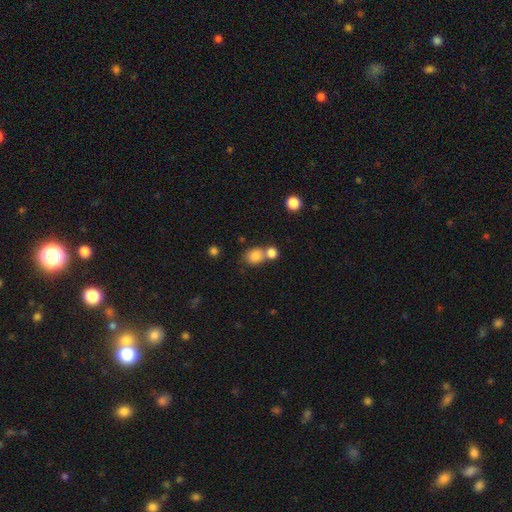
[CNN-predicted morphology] A smooth galaxy with no disk features (82%) that is round (70%).

Vote fractions:
- Smooth or featured? smooth: 82% / star or artifact: 11% / featured or disk: 8%
- How rounded? round: 70% / in between: 29% / cigar-shaped: 1%
- Merging? none: 47% / merger: 41% / minor disturbance: 9% / major disturbance: 3%